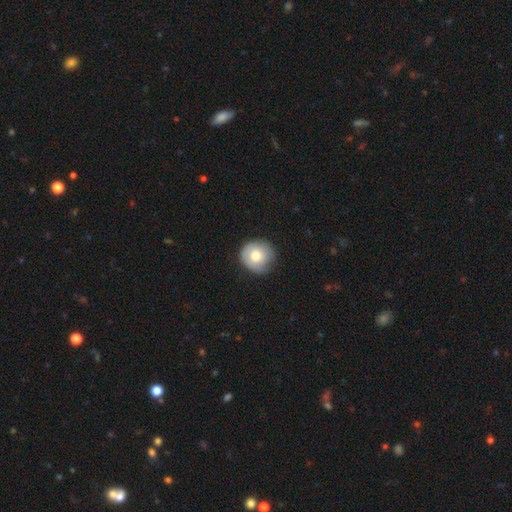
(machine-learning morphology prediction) This appears to be a smooth galaxy with no disk features (73%) that is round (92%). Merging: none (77%).